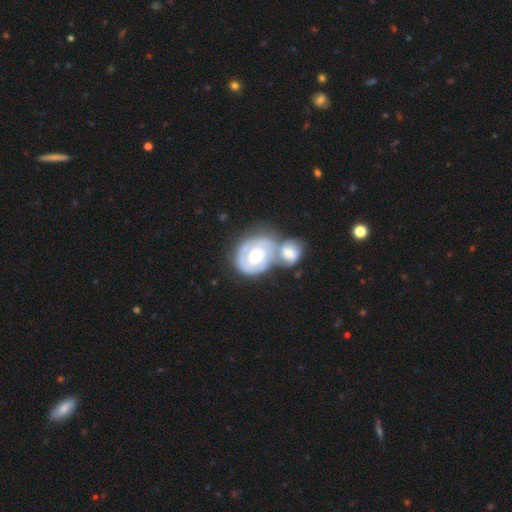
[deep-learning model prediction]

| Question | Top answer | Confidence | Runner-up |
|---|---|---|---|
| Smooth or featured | featured or disk | 75% | smooth (20%) |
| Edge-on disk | no | 97% | yes (3%) |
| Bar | no | 73% | weak (21%) |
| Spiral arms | yes | 83% | no (17%) |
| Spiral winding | tight | 71% | medium (22%) |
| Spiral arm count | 2 | 40% | can't tell (30%) |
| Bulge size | moderate | 60% | small (30%) |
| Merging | merger | 62% | none (20%) |